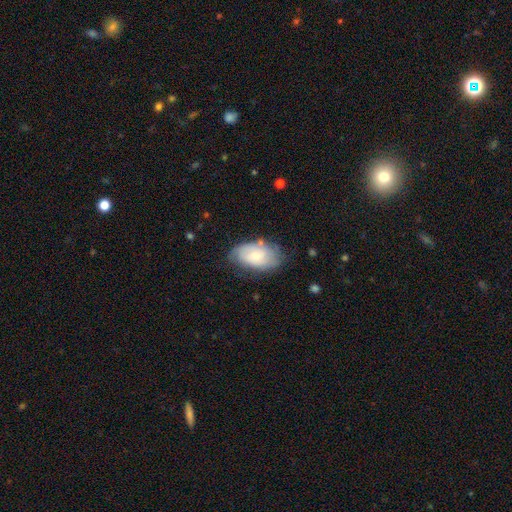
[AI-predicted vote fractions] Smooth or featured?
  - smooth: 55% *
  - featured or disk: 39%
  - star or artifact: 7%
How rounded?
  - in between: 92% *
  - round: 6%
  - cigar-shaped: 2%
Merging?
  - none: 66% *
  - minor disturbance: 25%
  - major disturbance: 7%
  - merger: 3%